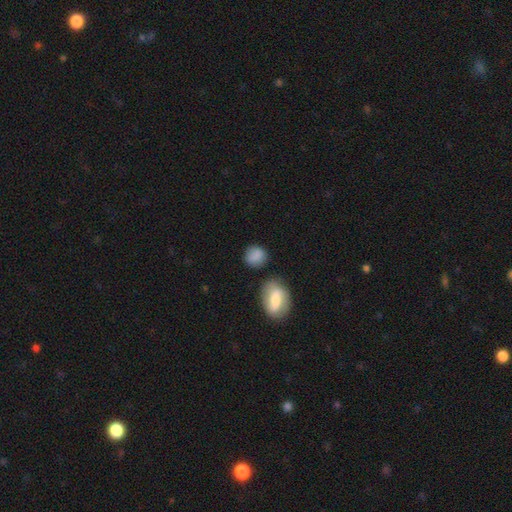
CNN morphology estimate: A smooth galaxy with no disk features (83%) that is round (72%).

Vote fractions:
- Smooth or featured? smooth: 83% / featured or disk: 10% / star or artifact: 8%
- How rounded? round: 72% / in between: 27% / cigar-shaped: 2%
- Merging? none: 71% / minor disturbance: 17% / merger: 7% / major disturbance: 5%